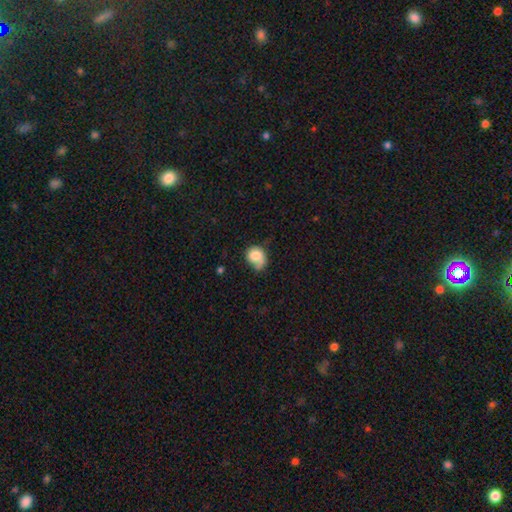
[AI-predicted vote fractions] Q: Smooth or featured?
A: smooth (79%); runner-up: featured or disk (13%)
Q: How rounded?
A: round (60%); runner-up: in between (39%)
Q: Merging?
A: none (40%); runner-up: minor disturbance (36%)